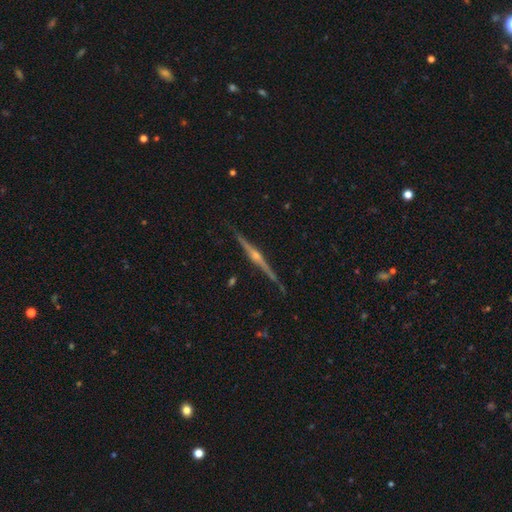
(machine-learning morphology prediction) smooth-or-featured: featured or disk: 88% | smooth: 7% | star or artifact: 5%
  disk-edge-on: yes: 99% | no: 1%
    edge-on-bulge: rounded: 91% | boxy: 5% | none: 4%
  merging: none: 90% | minor disturbance: 7% | major disturbance: 1% | merger: 1%